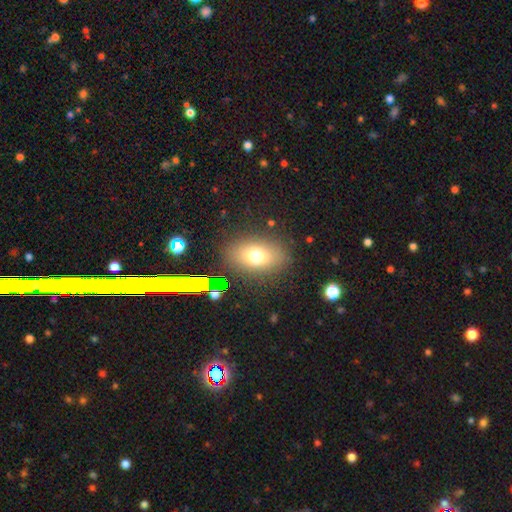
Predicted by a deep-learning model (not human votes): The model was most divided on "smooth or featured": smooth: 71%, featured or disk: 15%, star or artifact: 15%. More confident: merging — none (84%); how rounded — in between (79%).